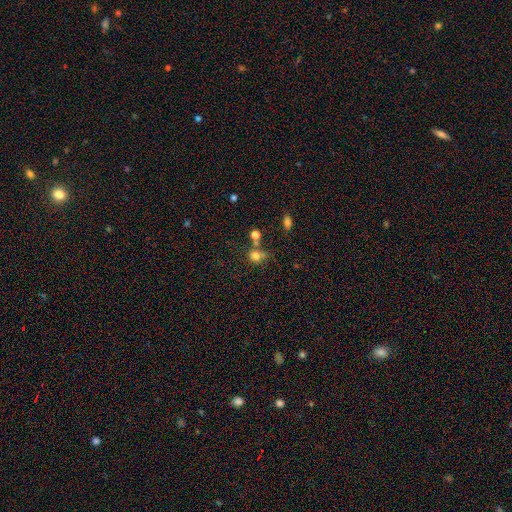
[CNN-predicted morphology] The model was most divided on "merging": none: 48%, merger: 30%, minor disturbance: 14%, major disturbance: 8%. More confident: how rounded — round (76%); smooth or featured — smooth (76%).